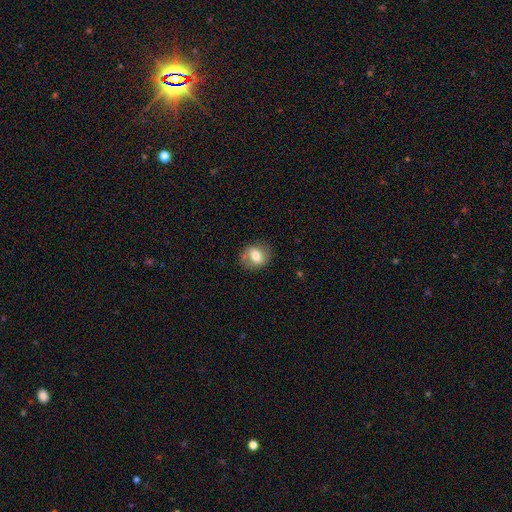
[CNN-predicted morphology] A smooth galaxy with no disk features (62%) that is round (55%).

Vote fractions:
- Smooth or featured? smooth: 62% / featured or disk: 30% / star or artifact: 8%
- How rounded? round: 55% / in between: 44% / cigar-shaped: 1%
- Merging? none: 76% / minor disturbance: 16% / major disturbance: 6% / merger: 1%